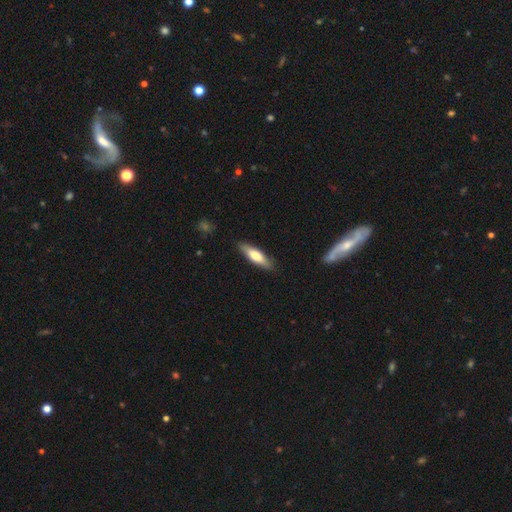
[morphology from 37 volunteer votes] type=smooth (70%); roundness=in between (50%, tied with cigar-shaped); merging=none (89%).